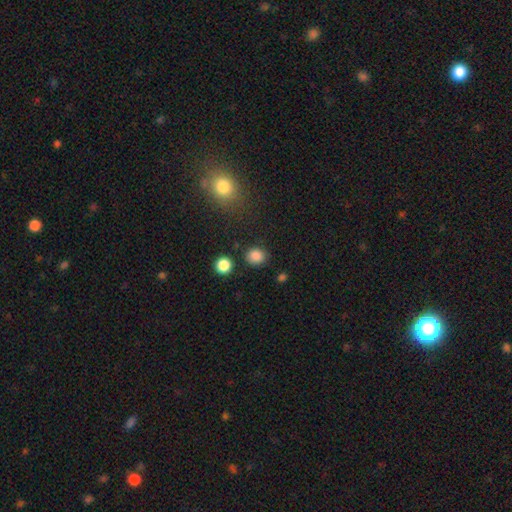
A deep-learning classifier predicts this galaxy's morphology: smooth-or-featured: smooth: 85% | star or artifact: 12% | featured or disk: 4%
  how-rounded: round: 75% | in between: 24% | cigar-shaped: 1%
  merging: none: 84% | minor disturbance: 10% | merger: 3% | major disturbance: 3%